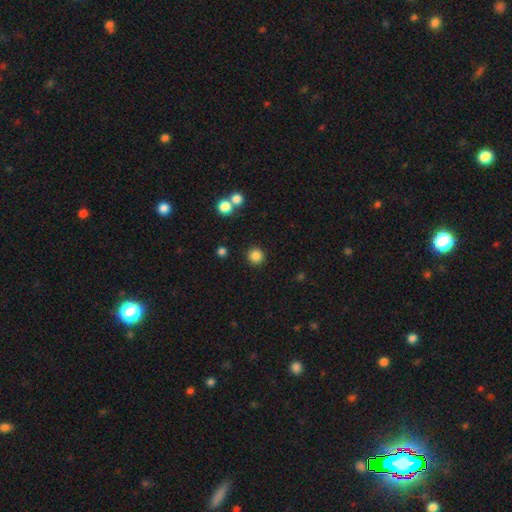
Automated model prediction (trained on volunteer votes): smooth 84%, star or artifact 12%, featured or disk 4%. Down the decision tree: how rounded — round (95%); merging — none (90%).